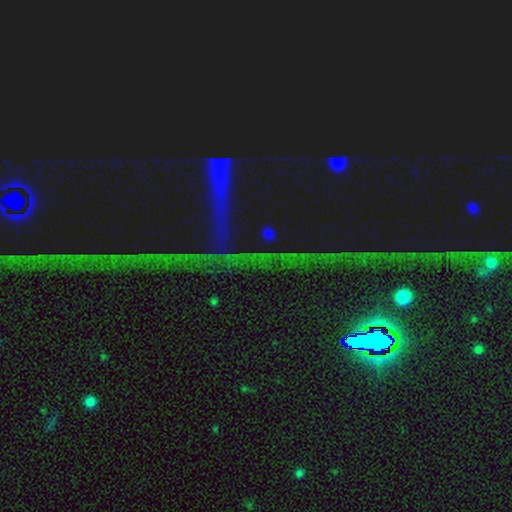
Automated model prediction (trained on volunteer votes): Smooth or featured?
  - star or artifact: 84% *
  - featured or disk: 9%
  - smooth: 8%